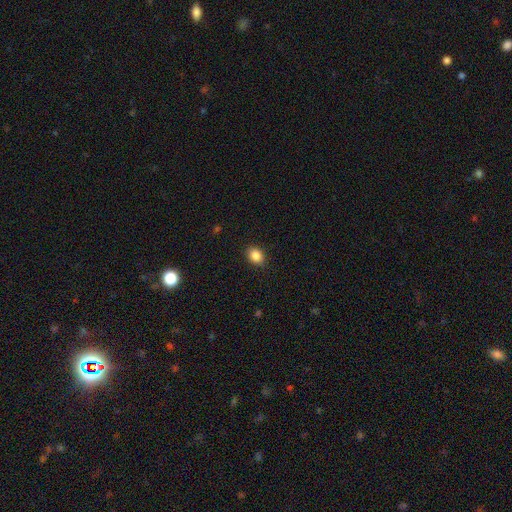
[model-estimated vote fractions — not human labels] This is clearly a smooth galaxy (87%). How rounded: likely in between (62%). Merging: clearly none (89%).